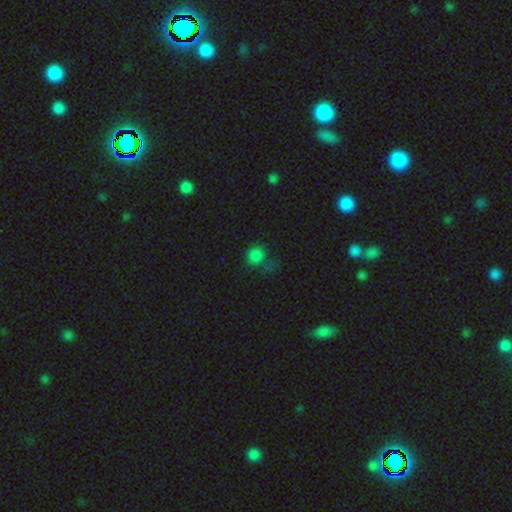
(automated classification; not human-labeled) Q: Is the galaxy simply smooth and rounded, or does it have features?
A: smooth — 76%.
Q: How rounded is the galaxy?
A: round — 83%.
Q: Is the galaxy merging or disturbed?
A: none — 57%.